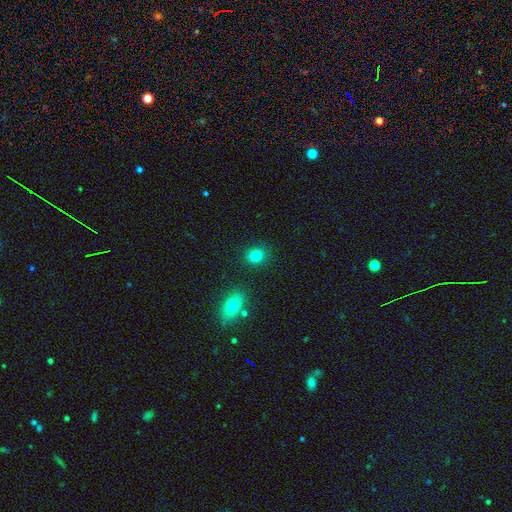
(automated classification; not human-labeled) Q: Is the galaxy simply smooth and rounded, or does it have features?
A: smooth — 83%.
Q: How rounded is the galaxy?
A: round — 74%.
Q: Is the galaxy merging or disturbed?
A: none — 87%.